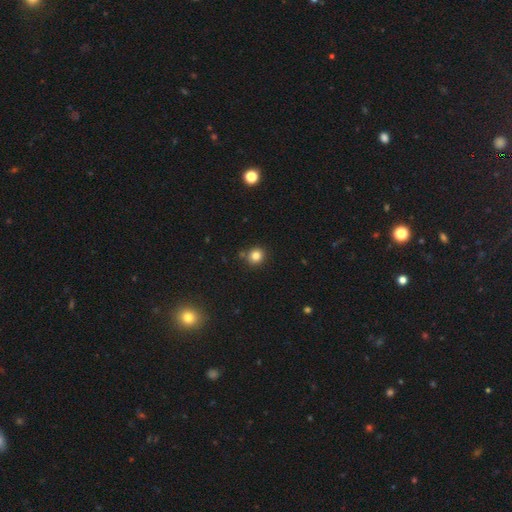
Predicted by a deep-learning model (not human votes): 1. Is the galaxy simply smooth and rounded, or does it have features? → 82% smooth, 12% star or artifact, 6% featured or disk.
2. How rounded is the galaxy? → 88% round, 11% in between, 1% cigar-shaped.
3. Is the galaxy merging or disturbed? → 81% none, 10% minor disturbance, 6% merger, 3% major disturbance.